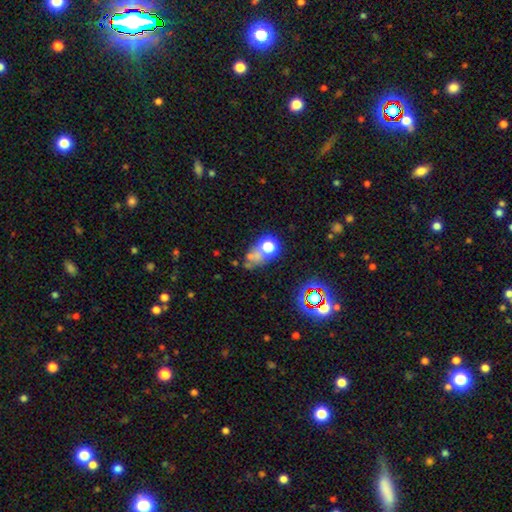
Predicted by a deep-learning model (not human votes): The model was most divided on "smooth or featured": smooth: 49%, star or artifact: 32%, featured or disk: 19%. Remaining: merging — none (48%).